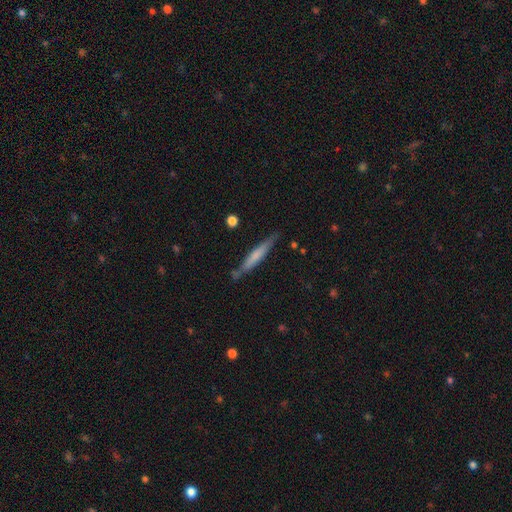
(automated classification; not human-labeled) smooth 54%, featured or disk 40%, star or artifact 6%. Down the decision tree: how rounded — cigar-shaped (94%); merging — none (79%).